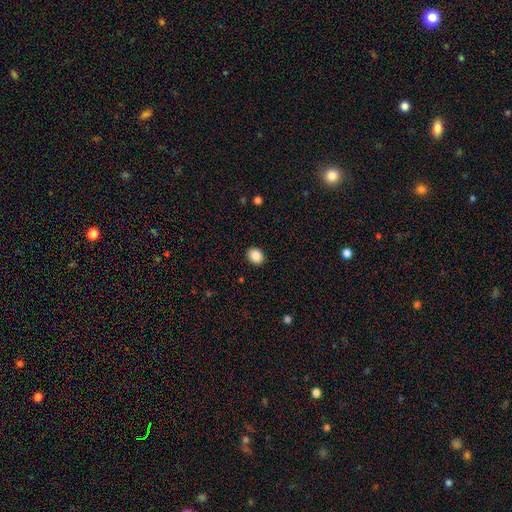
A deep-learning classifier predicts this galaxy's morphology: smooth 87%, star or artifact 8%, featured or disk 5%. Down the decision tree: how rounded — round (53%); merging — none (90%).